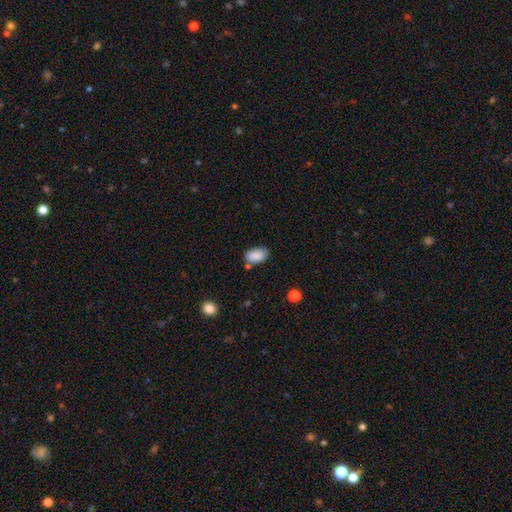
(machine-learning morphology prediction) smooth-or-featured: smooth: 88% | star or artifact: 7% | featured or disk: 5%
  how-rounded: in between: 92% | round: 6% | cigar-shaped: 2%
  merging: none: 70% | minor disturbance: 19% | merger: 8% | major disturbance: 4%